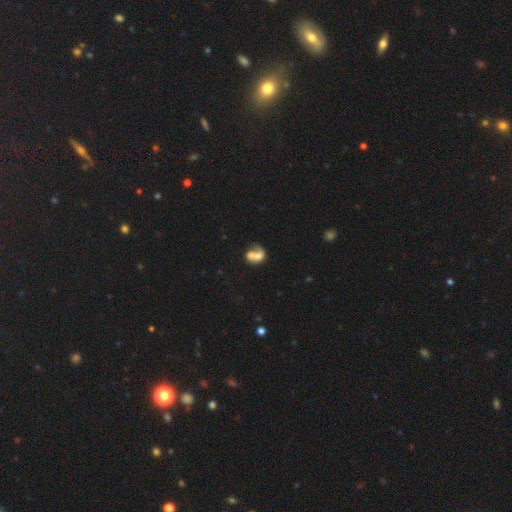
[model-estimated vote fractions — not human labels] smooth-or-featured: smooth: 59% | featured or disk: 31% | star or artifact: 10%
  how-rounded: in between: 57% | round: 41% | cigar-shaped: 2%
  merging: merger: 62% | none: 19% | major disturbance: 10% | minor disturbance: 9%